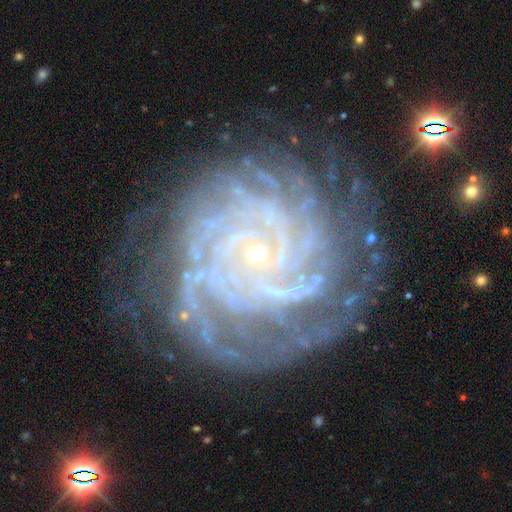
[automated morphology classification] Smooth or featured? Predicted: featured or disk (p=0.90). Edge-on disk? Predicted: no (p=0.98). Bar? Predicted: no (p=0.72). Spiral arms? Predicted: yes (p=0.98). Spiral winding? Predicted: tight (p=0.80). Spiral arm count? Predicted: more than 4 (p=0.30). Bulge size? Predicted: small (p=0.88). Merging? Predicted: none (p=0.74).